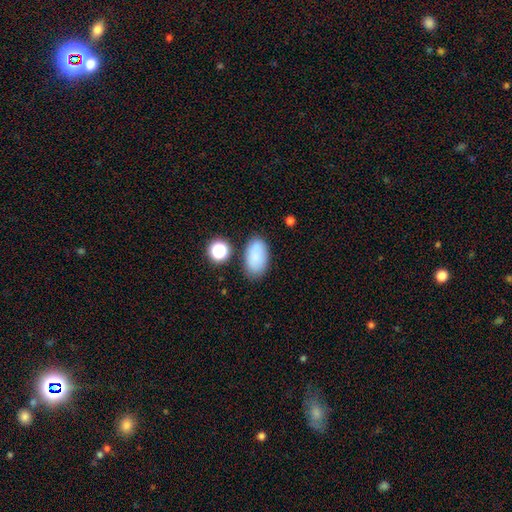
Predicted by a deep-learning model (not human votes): A smooth galaxy with no disk features (83%) that is in between round and cigar-shaped (92%).

Vote fractions:
- Smooth or featured? smooth: 83% / star or artifact: 10% / featured or disk: 8%
- How rounded? in between: 92% / round: 6% / cigar-shaped: 2%
- Merging? none: 77% / minor disturbance: 14% / merger: 5% / major disturbance: 4%